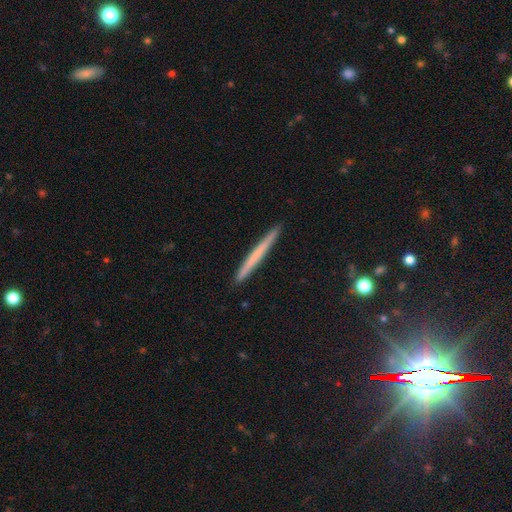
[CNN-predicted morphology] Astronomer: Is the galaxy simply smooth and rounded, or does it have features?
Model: smooth — 56% (runner-up: featured or disk, 38%).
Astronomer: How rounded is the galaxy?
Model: cigar-shaped — 97%.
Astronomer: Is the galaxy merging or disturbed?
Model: none — 92%.